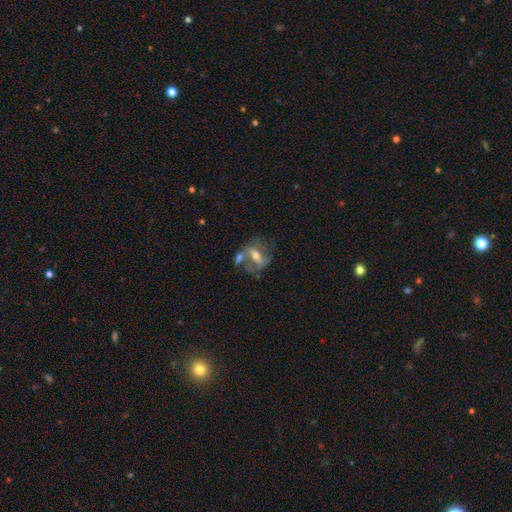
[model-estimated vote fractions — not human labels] Smooth or featured?
  - featured or disk: 64% *
  - smooth: 28%
  - star or artifact: 9%
Edge-on disk?
  - no: 86% *
  - yes: 14%
Bar?
  - strong: 48% *
  - weak: 31%
  - no: 22%
Spiral arms?
  - yes: 54% *
  - no: 46%
Bulge size?
  - moderate: 59% *
  - small: 30%
  - large: 6%
  - none: 3%
  - dominant: 1%
Merging?
  - none: 37% *
  - merger: 31%
  - minor disturbance: 17%
  - major disturbance: 15%